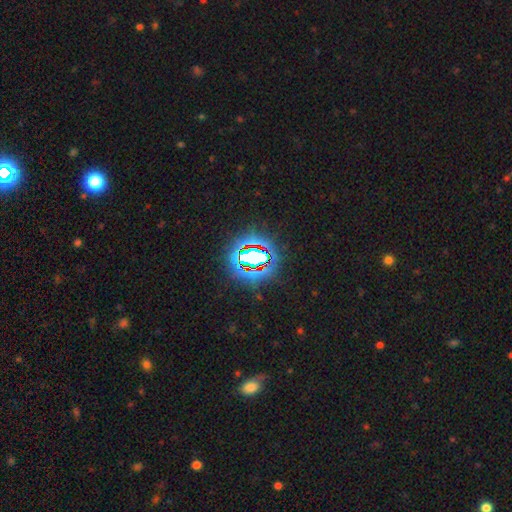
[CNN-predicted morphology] This is likely a star or artifact rather than a galaxy (71%).